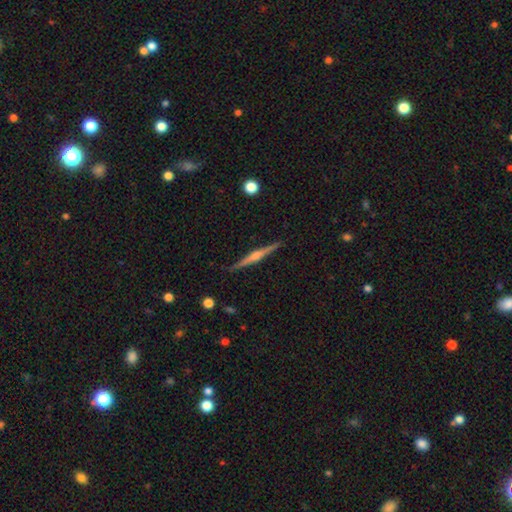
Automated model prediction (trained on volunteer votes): Overall: featured or disk (77%). Edge-on disk: yes (98%). Edge-on bulge: rounded (80%). Merging: none (90%).